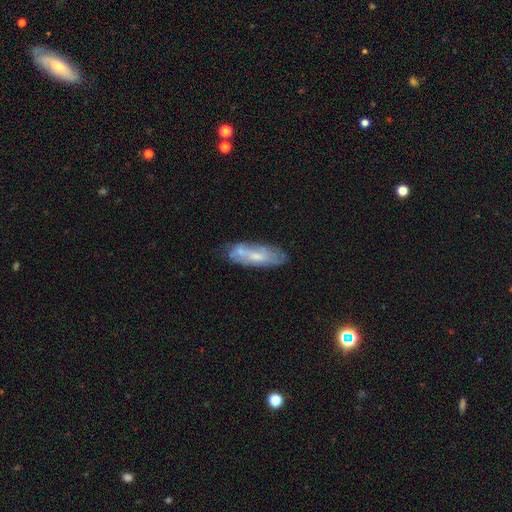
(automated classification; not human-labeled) A featured or disk galaxy (49%). Merging: none (57%).